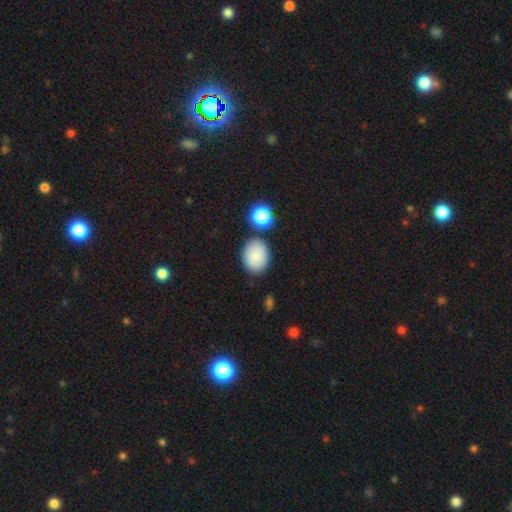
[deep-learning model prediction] This appears to be a smooth galaxy with no disk features (85%) that is in between round and cigar-shaped (58%). Merging: none (80%).